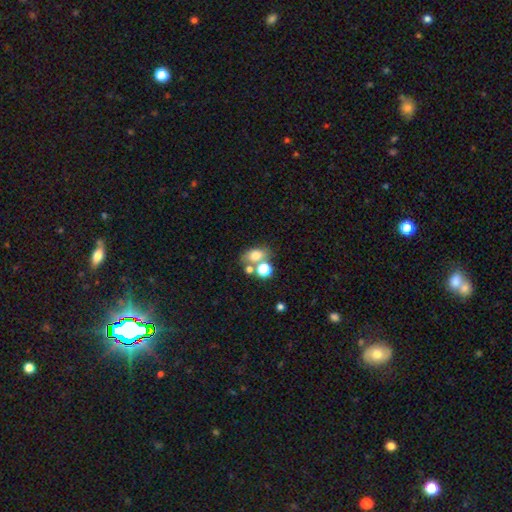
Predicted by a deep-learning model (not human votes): Morphology: type=smooth (71%); roundness=in between (66%); merging=none (50%).